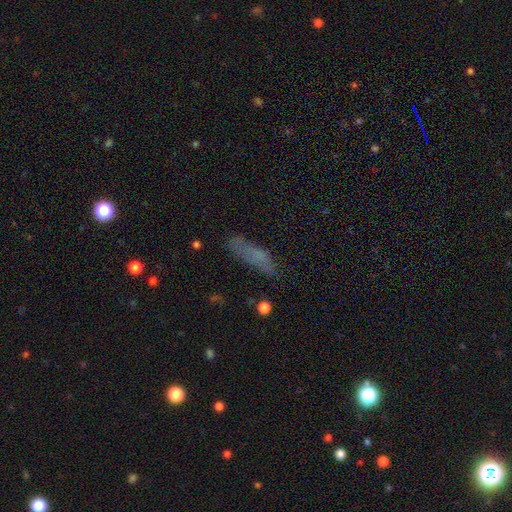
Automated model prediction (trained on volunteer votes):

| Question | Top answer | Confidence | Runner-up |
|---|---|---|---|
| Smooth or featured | smooth | 60% | featured or disk (23%) |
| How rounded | cigar-shaped | 61% | in between (36%) |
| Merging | none | 67% | minor disturbance (21%) |